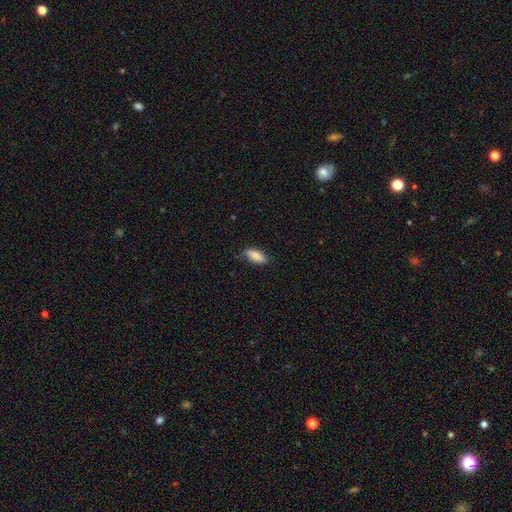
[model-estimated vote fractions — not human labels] Morphology: type=smooth (85%); roundness=in between (78%); merging=none (79%).